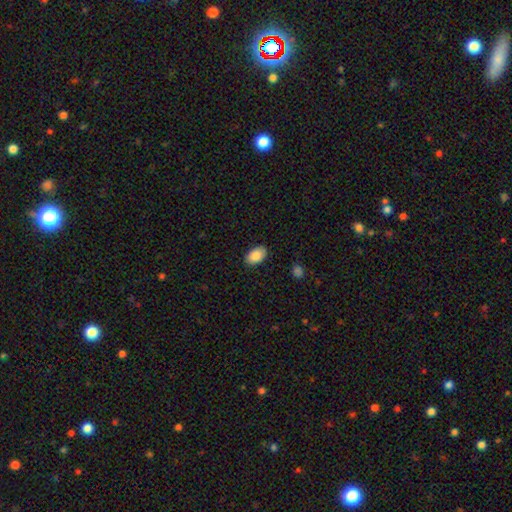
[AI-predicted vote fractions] This is clearly a smooth galaxy (89%). How rounded: clearly in between (92%). Merging: clearly none (87%).